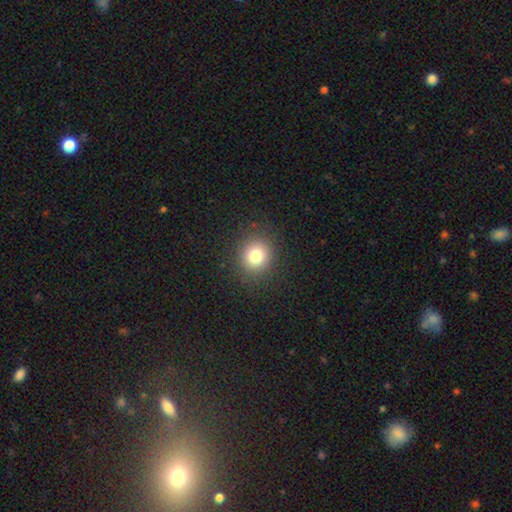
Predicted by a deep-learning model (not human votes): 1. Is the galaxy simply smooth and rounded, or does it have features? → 79% smooth, 13% star or artifact, 8% featured or disk.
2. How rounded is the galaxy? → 85% round, 15% in between, 1% cigar-shaped.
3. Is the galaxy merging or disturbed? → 89% none, 7% minor disturbance, 3% major disturbance, 1% merger.